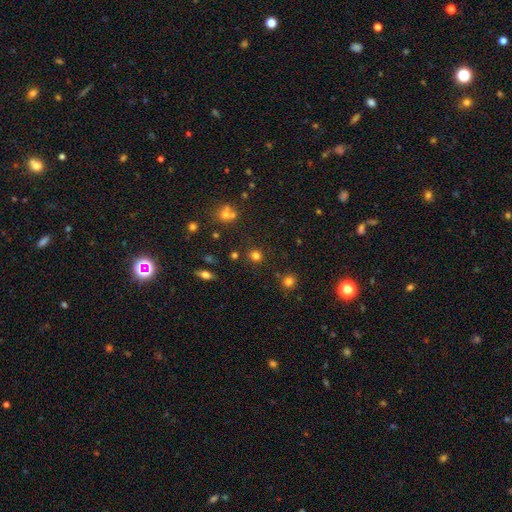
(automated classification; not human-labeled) Smooth or featured: smooth — 75% (star or artifact — 19%)
How rounded: round — 89% (in between — 10%)
Merging: none — 84% (minor disturbance — 8%)